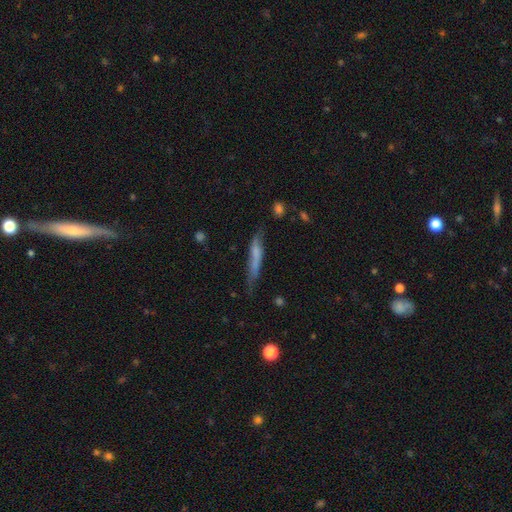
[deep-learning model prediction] This is possibly a smooth galaxy (54%). How rounded: clearly cigar-shaped (89%). Merging: possibly none (54%).